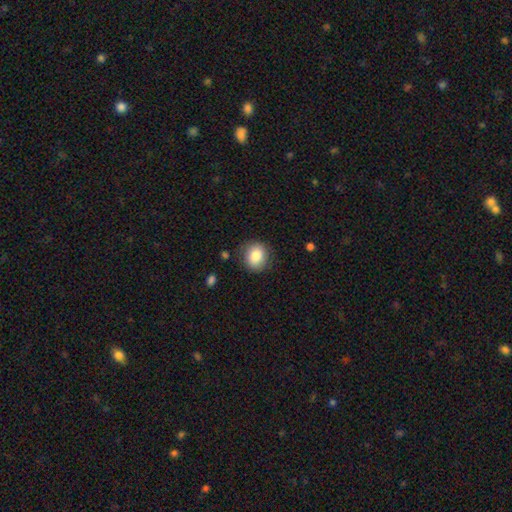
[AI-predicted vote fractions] This appears to be a smooth galaxy with no disk features (84%) that is round (77%). Merging: none (83%).